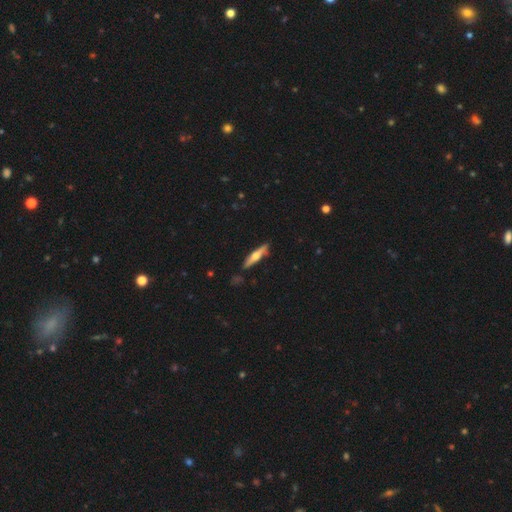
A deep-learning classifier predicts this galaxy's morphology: Smooth or featured? Predicted: featured or disk (p=0.56). Edge-on disk? Predicted: yes (p=0.95). Edge-on bulge? Predicted: rounded (p=0.88). Merging? Predicted: none (p=0.84).